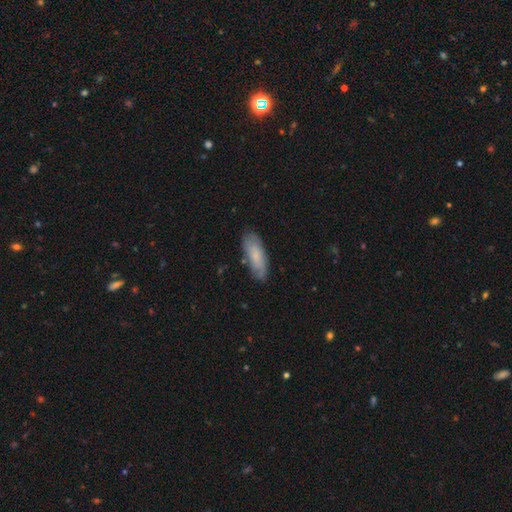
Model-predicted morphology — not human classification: Smooth or featured? smooth (69%)
How rounded? in between (69%)
Merging? none (75%)